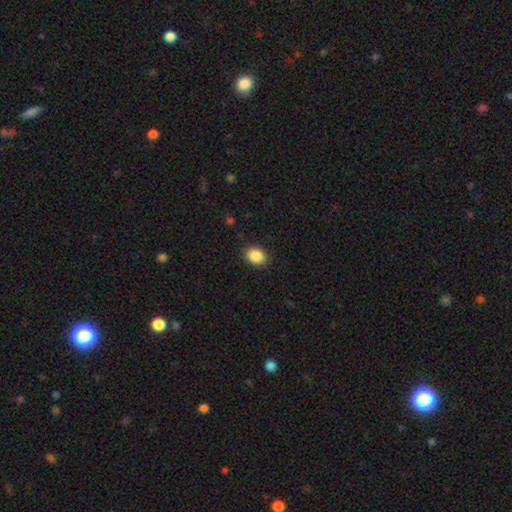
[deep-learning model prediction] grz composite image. It shows a smooth galaxy with no disk features (88%) that is in between round and cigar-shaped (64%). Merging: none (88%).